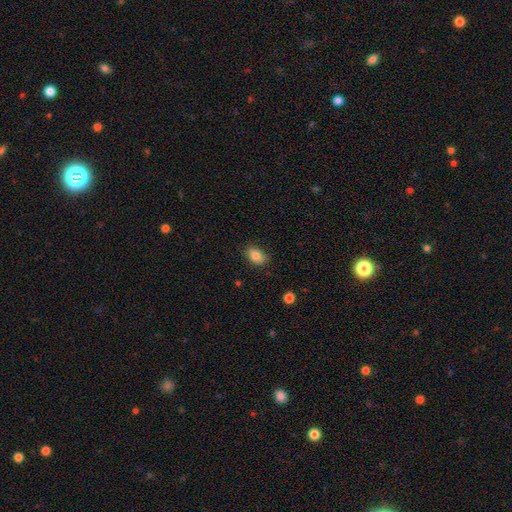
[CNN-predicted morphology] Smooth or featured? smooth (83%)
How rounded? in between (85%)
Merging? none (79%)